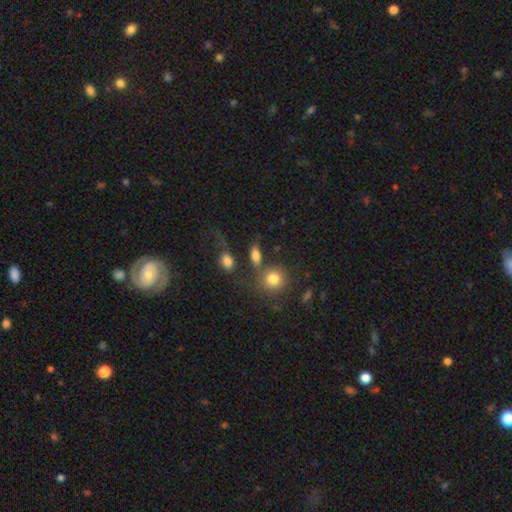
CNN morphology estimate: This is likely a smooth galaxy (77%). How rounded: likely in between (73%). Merging: possibly none (53%).